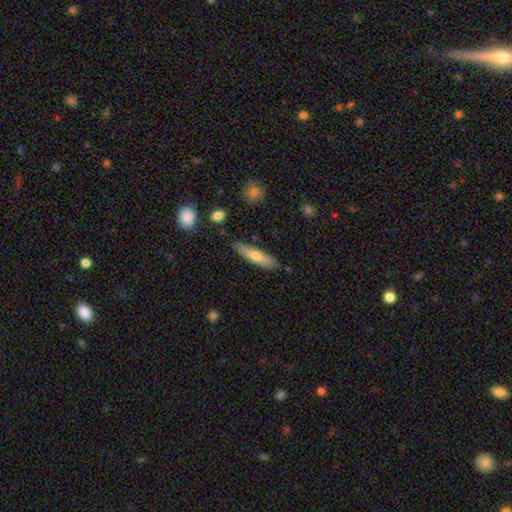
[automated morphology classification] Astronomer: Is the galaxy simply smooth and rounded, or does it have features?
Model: smooth — 63%.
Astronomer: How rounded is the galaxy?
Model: cigar-shaped — 73%.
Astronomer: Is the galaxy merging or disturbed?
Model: none — 83%.